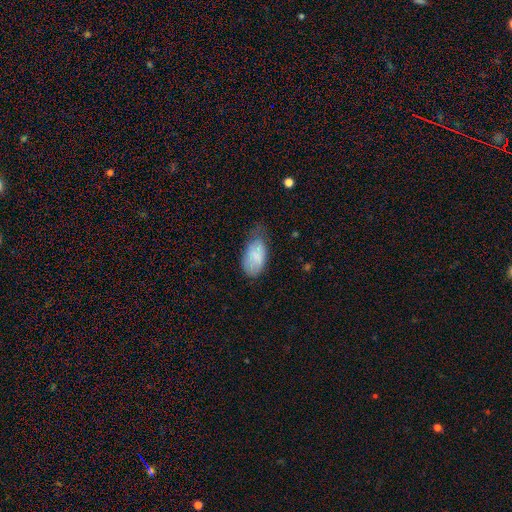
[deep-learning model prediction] This is clearly a smooth galaxy (81%). How rounded: clearly in between (94%). Merging: possibly minor disturbance (47%).